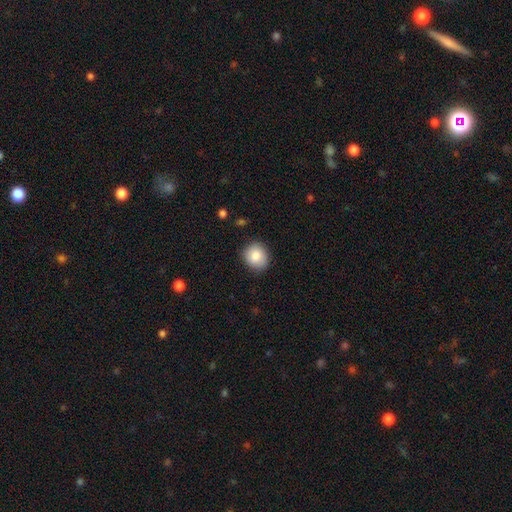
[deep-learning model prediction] Smooth or featured? Predicted: smooth (p=0.85). How rounded? Predicted: round (p=0.74). Merging? Predicted: none (p=0.86).